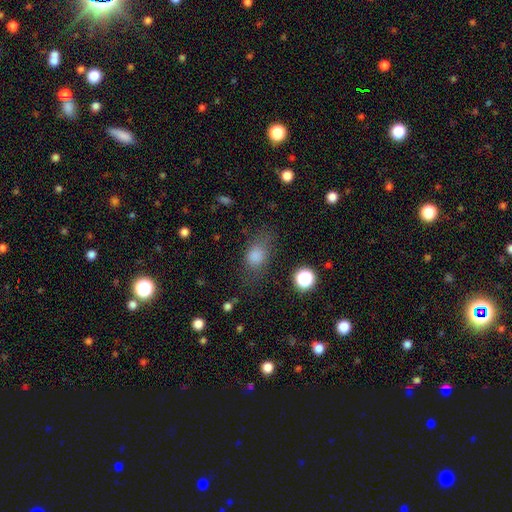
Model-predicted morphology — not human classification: A smooth galaxy with no disk features (78%) that is in between round and cigar-shaped (70%).

Vote fractions:
- Smooth or featured? smooth: 78% / star or artifact: 13% / featured or disk: 9%
- How rounded? in between: 70% / round: 26% / cigar-shaped: 4%
- Merging? none: 69% / minor disturbance: 19% / major disturbance: 10% / merger: 2%